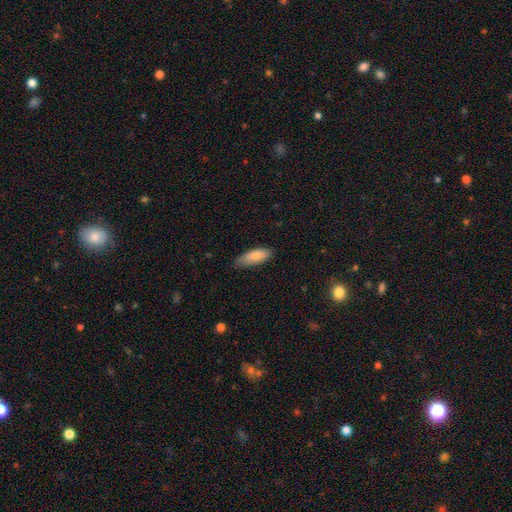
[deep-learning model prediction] The model was most divided on "how rounded": in between: 72%, cigar-shaped: 27%, round: 2%. More confident: smooth or featured — smooth (85%); merging — none (70%).